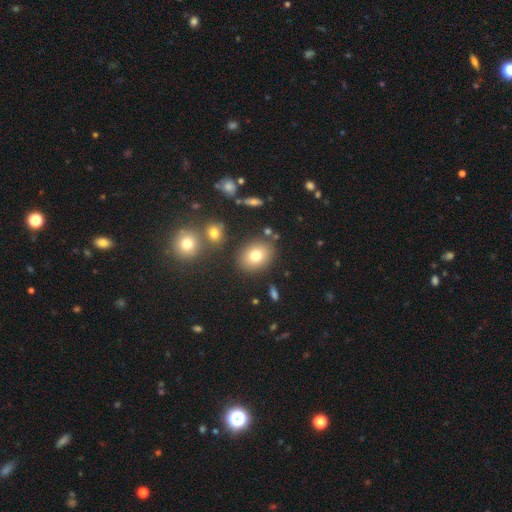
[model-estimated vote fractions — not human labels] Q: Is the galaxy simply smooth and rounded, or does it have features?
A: smooth — 76%.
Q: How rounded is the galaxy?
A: in between — 52%.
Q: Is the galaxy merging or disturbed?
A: none — 83%.